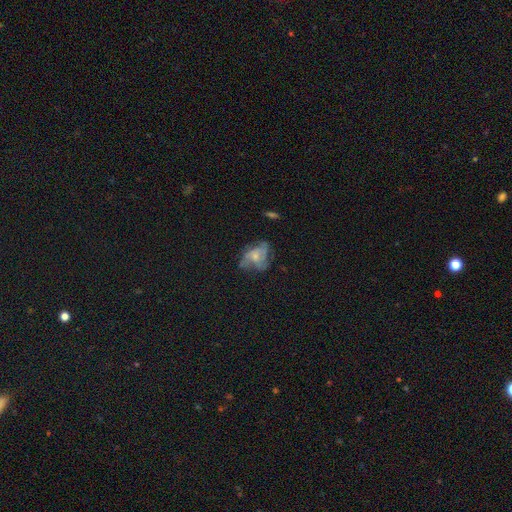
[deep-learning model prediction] featured or disk 65%, smooth 24%, star or artifact 11%. Down the decision tree: edge-on disk — no (97%); bar — no (77%); spiral arms — yes (73%); bulge size — small (55%); merging — none (50%).